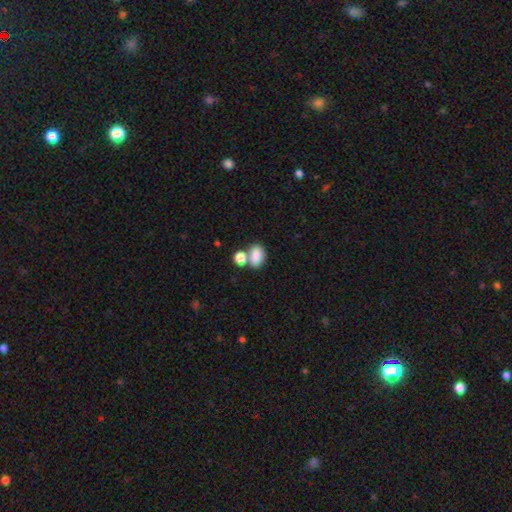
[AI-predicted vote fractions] Morphology: type=smooth (84%); roundness=in between (82%); merging=none (43%).